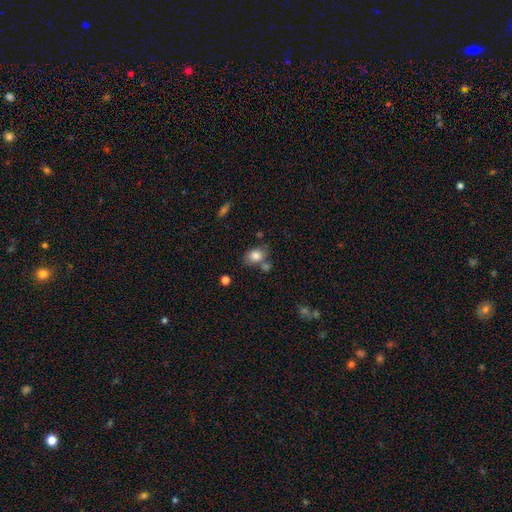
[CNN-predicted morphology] A smooth galaxy with no disk features (81%) that is in between round and cigar-shaped (68%).

Vote fractions:
- Smooth or featured? smooth: 81% / featured or disk: 10% / star or artifact: 9%
- How rounded? in between: 68% / round: 31% / cigar-shaped: 1%
- Merging? none: 58% / minor disturbance: 18% / merger: 18% / major disturbance: 6%